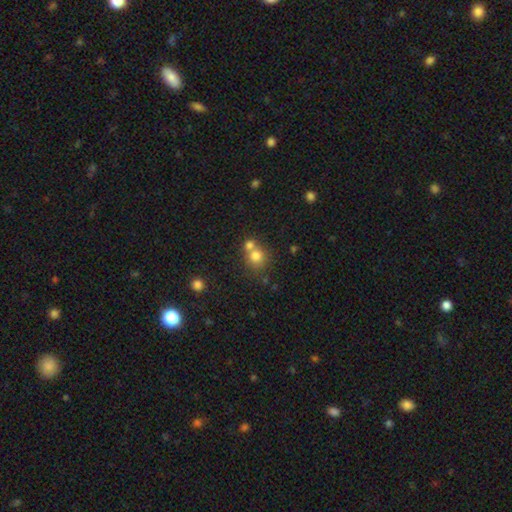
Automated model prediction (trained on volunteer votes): A smooth galaxy with no disk features (76%) that is round (85%).

Vote fractions:
- Smooth or featured? smooth: 76% / star or artifact: 13% / featured or disk: 11%
- How rounded? round: 85% / in between: 14% / cigar-shaped: 1%
- Merging? merger: 46% / none: 44% / minor disturbance: 7% / major disturbance: 3%